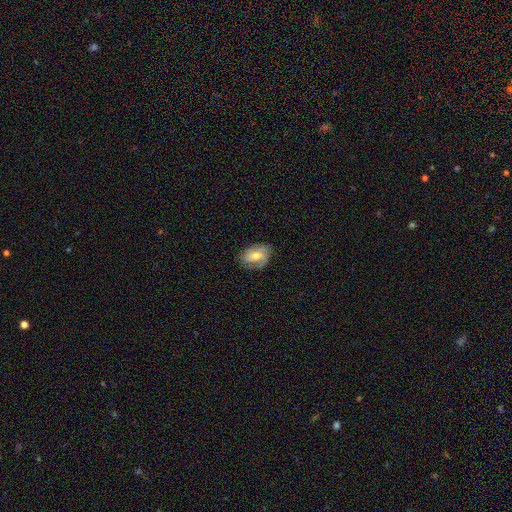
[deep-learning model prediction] Overall: featured or disk (48%; smooth 45%). Merging: none (71%).